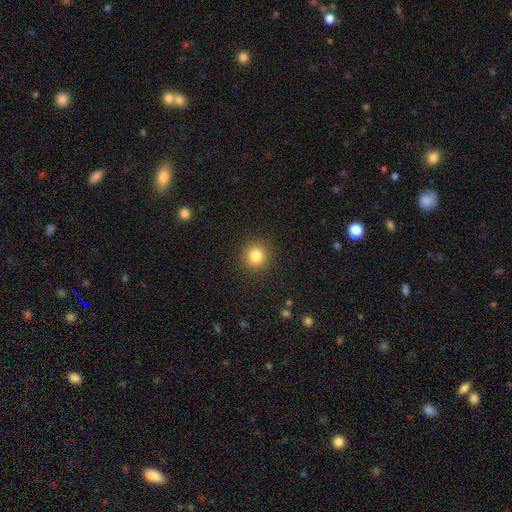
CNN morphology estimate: smooth 83%, star or artifact 11%, featured or disk 6%. Down the decision tree: how rounded — round (92%); merging — none (90%).